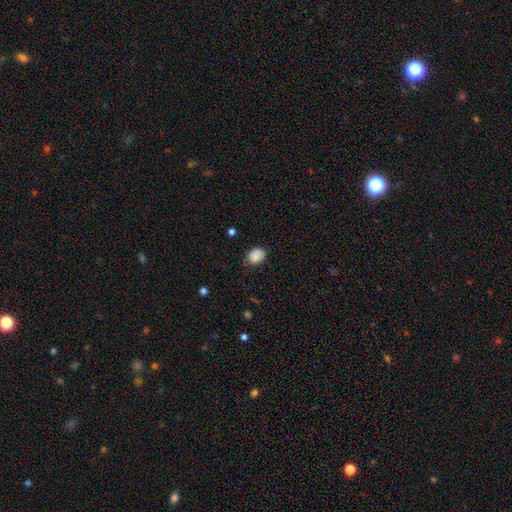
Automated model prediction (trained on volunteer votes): smooth_or_featured: smooth (p=0.87) [alt: star or artifact p=0.08]
how_rounded: in between (p=0.62) [alt: round p=0.37]
merging: none (p=0.75) [alt: minor disturbance p=0.20]